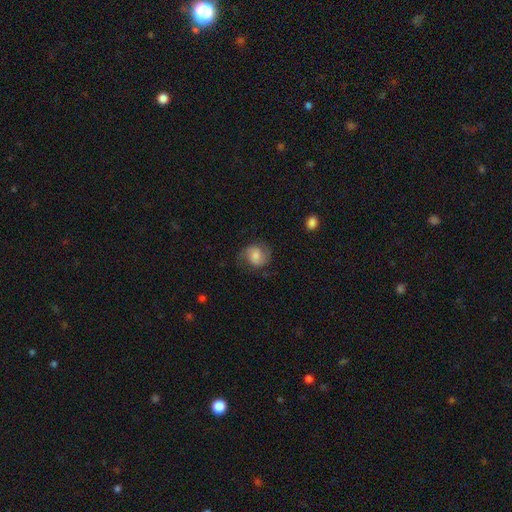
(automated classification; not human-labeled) Morphology: type=featured or disk (48%); merging=none (69%).